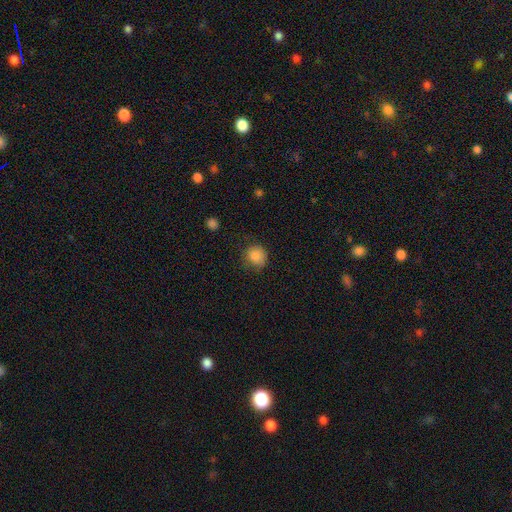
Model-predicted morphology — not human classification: smooth_or_featured: smooth (p=0.86) [alt: star or artifact p=0.10]
how_rounded: round (p=0.84) [alt: in between p=0.15]
merging: none (p=0.75) [alt: minor disturbance p=0.18]